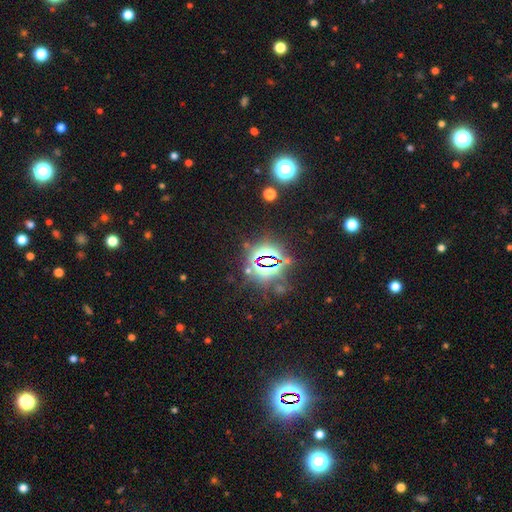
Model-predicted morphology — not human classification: Overall: star or artifact (81%).